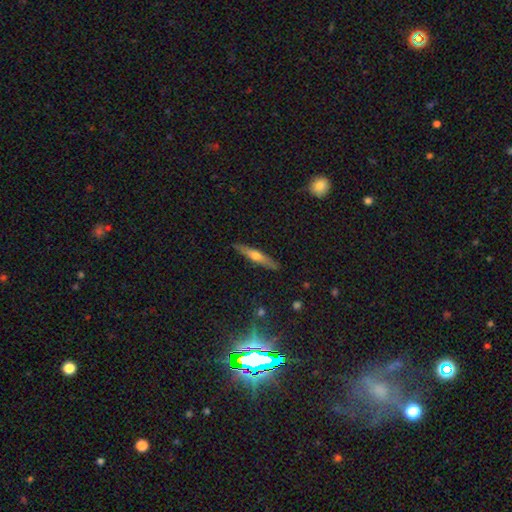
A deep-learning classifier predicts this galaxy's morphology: Smooth or featured? Predicted: featured or disk (p=0.54). Edge-on disk? Predicted: yes (p=0.93). Edge-on bulge? Predicted: rounded (p=0.87). Merging? Predicted: none (p=0.90).